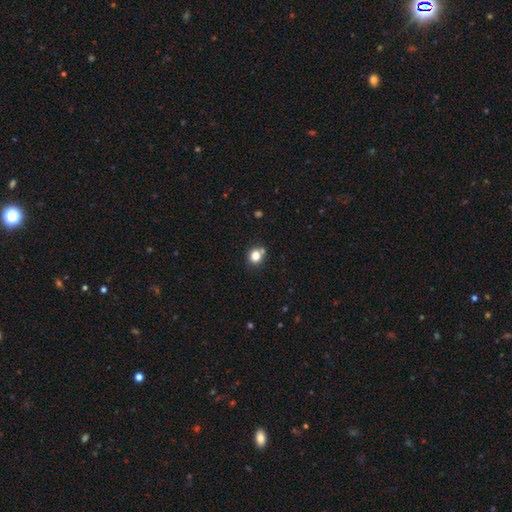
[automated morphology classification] This is clearly a smooth galaxy (81%). How rounded: clearly round (80%). Merging: likely none (72%).